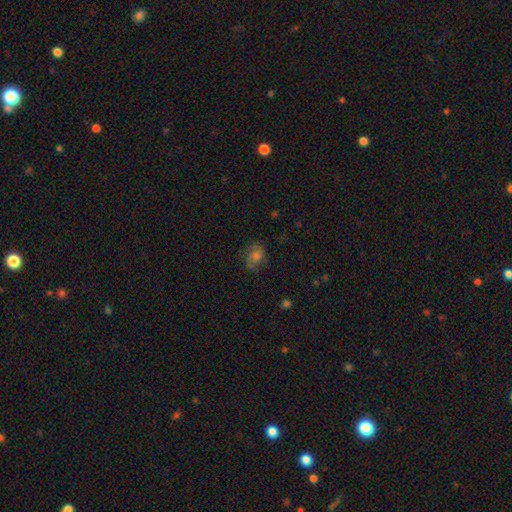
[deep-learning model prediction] Smooth or featured? smooth (48%)
Merging? none (71%)